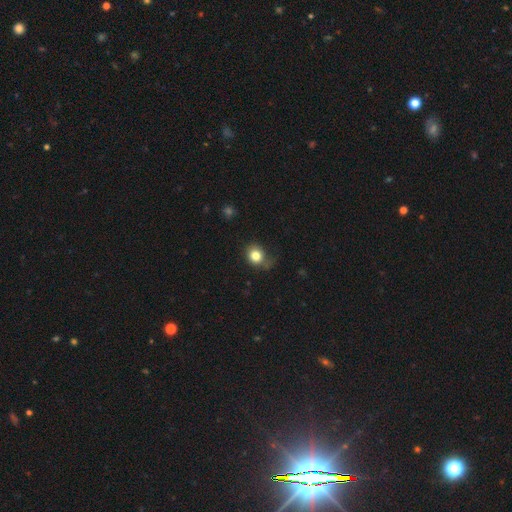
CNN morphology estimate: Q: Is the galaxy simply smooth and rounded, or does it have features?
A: smooth — 80%.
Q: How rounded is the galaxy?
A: round — 74%.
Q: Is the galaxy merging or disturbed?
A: none — 61%.